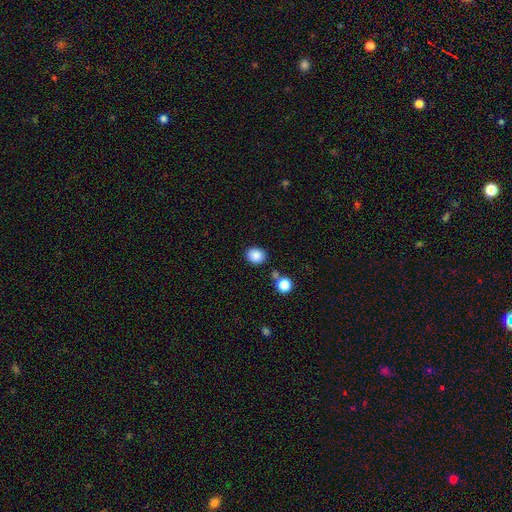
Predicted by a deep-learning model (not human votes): Smooth or featured? Predicted: smooth (p=0.86). How rounded? Predicted: round (p=0.58). Merging? Predicted: none (p=0.81).